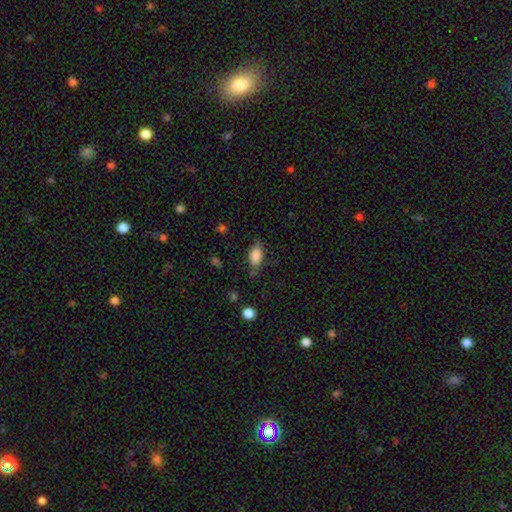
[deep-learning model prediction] Smooth or featured? Predicted: smooth (p=0.81). How rounded? Predicted: in between (p=0.88). Merging? Predicted: none (p=0.65).